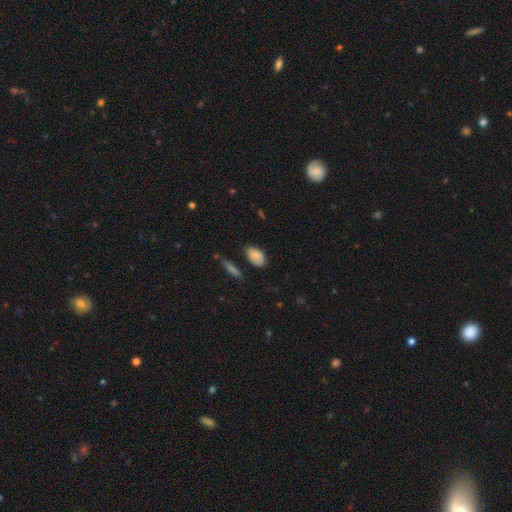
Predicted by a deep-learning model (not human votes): A smooth galaxy with no disk features (83%) that is in between round and cigar-shaped (91%). Merging: none (69%).